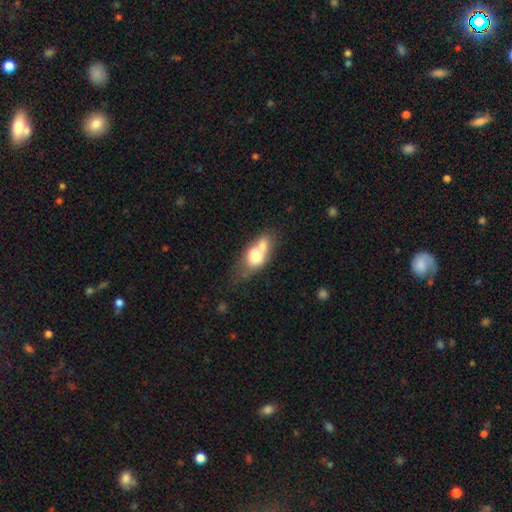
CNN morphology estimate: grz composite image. It shows a smooth galaxy with no disk features (66%) that is in between round and cigar-shaped (71%). Merging: merger (47%).